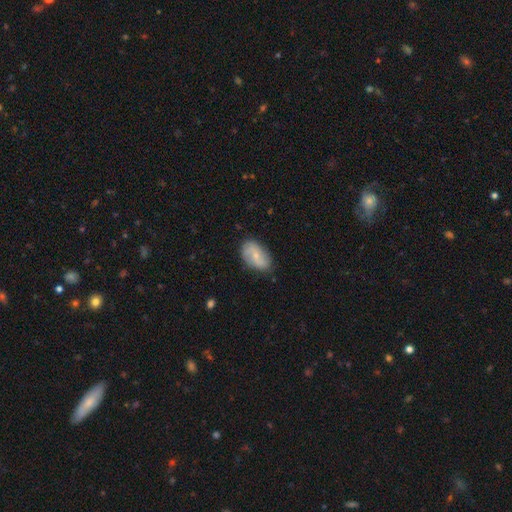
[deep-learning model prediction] A featured or disk galaxy (49%).

Vote fractions:
- Smooth or featured? featured or disk: 49% / smooth: 44% / star or artifact: 7%
- Merging? none: 78% / minor disturbance: 17% / major disturbance: 4% / merger: 2%